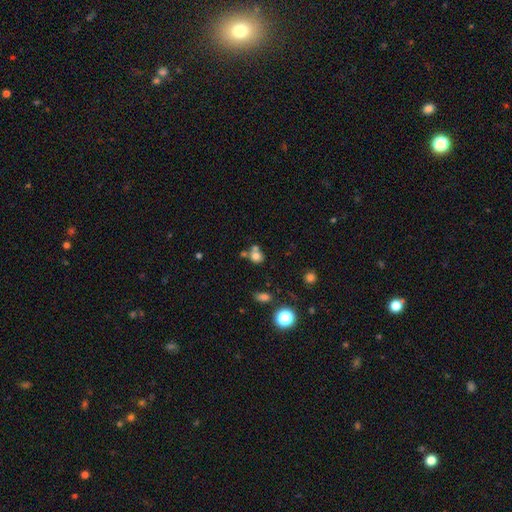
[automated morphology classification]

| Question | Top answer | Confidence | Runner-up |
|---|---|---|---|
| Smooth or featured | smooth | 73% | star or artifact (15%) |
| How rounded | round | 75% | in between (24%) |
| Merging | none | 48% | merger (35%) |